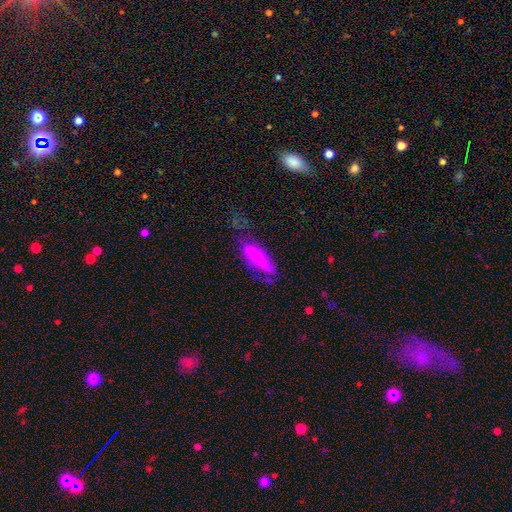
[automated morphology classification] A smooth galaxy with no disk features (56%) that is cigar-shaped (70%). Merging: none (44%).